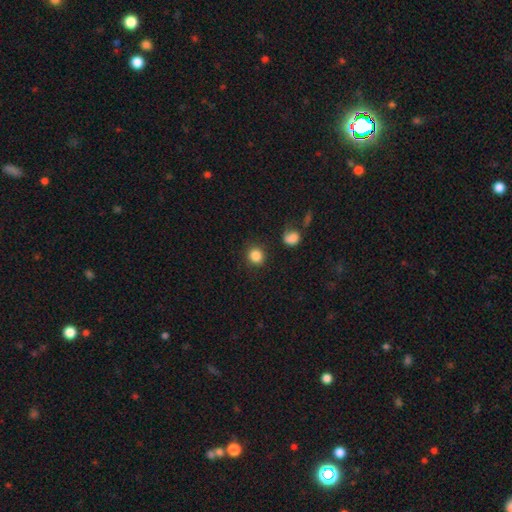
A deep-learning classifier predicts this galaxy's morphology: smooth-or-featured: smooth: 86% | star or artifact: 10% | featured or disk: 4%
  how-rounded: round: 84% | in between: 15% | cigar-shaped: 1%
  merging: none: 85% | minor disturbance: 9% | major disturbance: 4% | merger: 3%